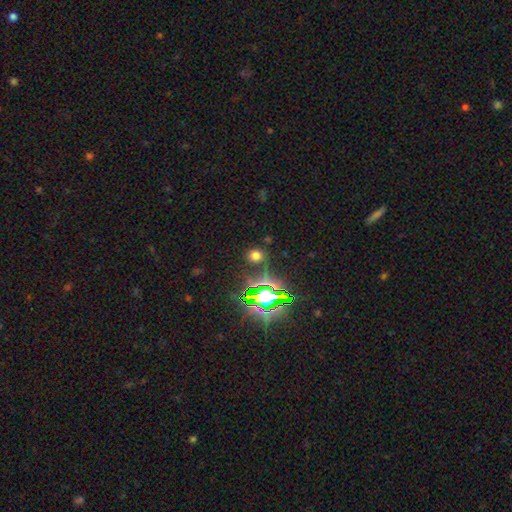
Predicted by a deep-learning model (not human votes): Smooth or featured?
  - smooth: 57% *
  - star or artifact: 36%
  - featured or disk: 7%
How rounded?
  - round: 76% *
  - in between: 23%
  - cigar-shaped: 2%
Merging?
  - none: 82% *
  - minor disturbance: 10%
  - merger: 4%
  - major disturbance: 4%